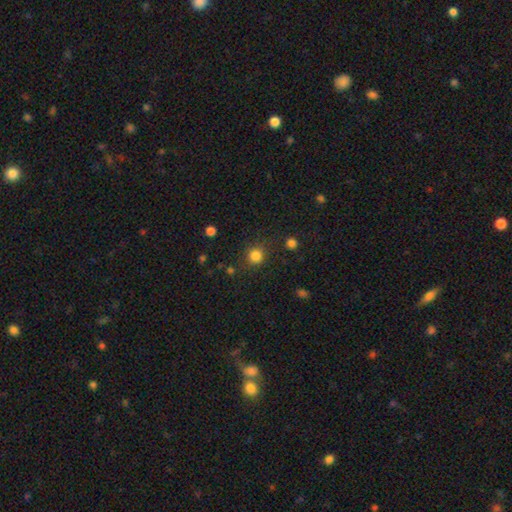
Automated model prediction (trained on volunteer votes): This is clearly a smooth galaxy (83%). How rounded: clearly round (90%). Merging: clearly none (83%).